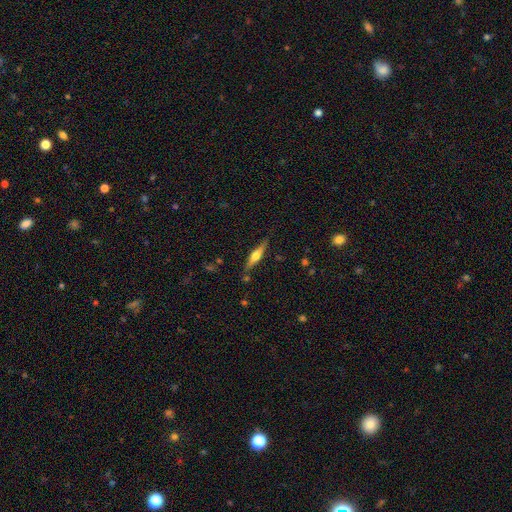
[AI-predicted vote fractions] smooth-or-featured: featured or disk: 61% | smooth: 33% | star or artifact: 6%
  disk-edge-on: yes: 96% | no: 4%
    edge-on-bulge: rounded: 90% | boxy: 6% | none: 4%
  merging: none: 83% | minor disturbance: 12% | merger: 3% | major disturbance: 2%